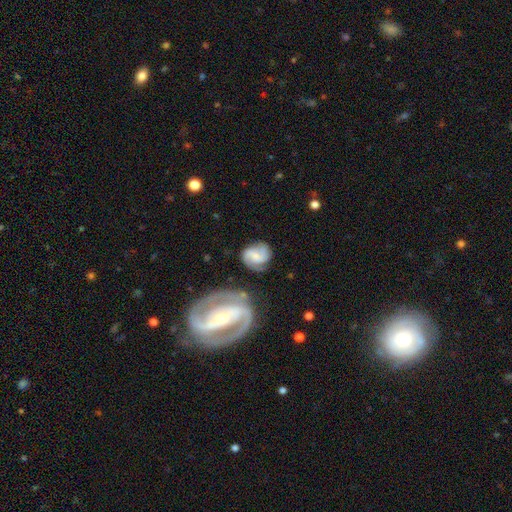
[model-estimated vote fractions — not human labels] This appears to be a featured or disk galaxy (71%) with no bar (49%), 2 (64%) medium (48%) spiral arms (95%) and a small central bulge (52%). Merging: none (64%).